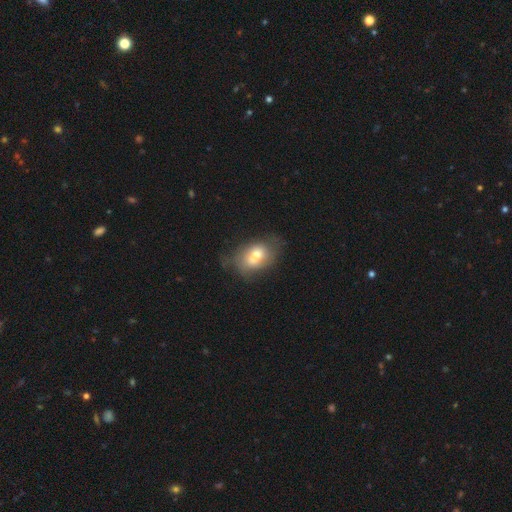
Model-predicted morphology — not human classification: Smooth or featured? Predicted: smooth (p=0.59). How rounded? Predicted: in between (p=0.85). Merging? Predicted: none (p=0.47).